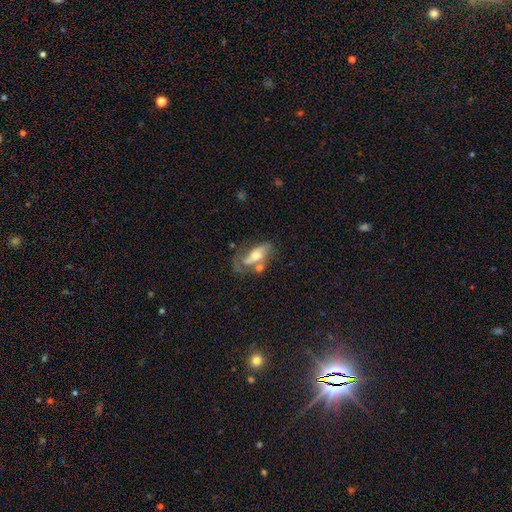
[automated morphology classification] Smooth or featured?
  - featured or disk: 53% *
  - smooth: 40%
  - star or artifact: 7%
Edge-on disk?
  - no: 82% *
  - yes: 18%
Merging?
  - none: 34% *
  - merger: 25%
  - minor disturbance: 21%
  - major disturbance: 20%